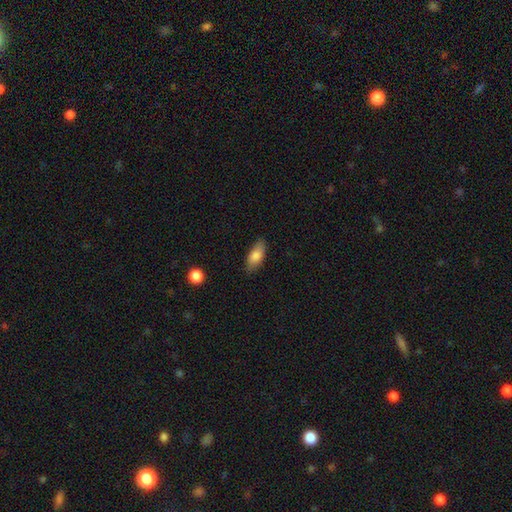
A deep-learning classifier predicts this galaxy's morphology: type=smooth (81%); roundness=in between (82%); merging=none (83%).